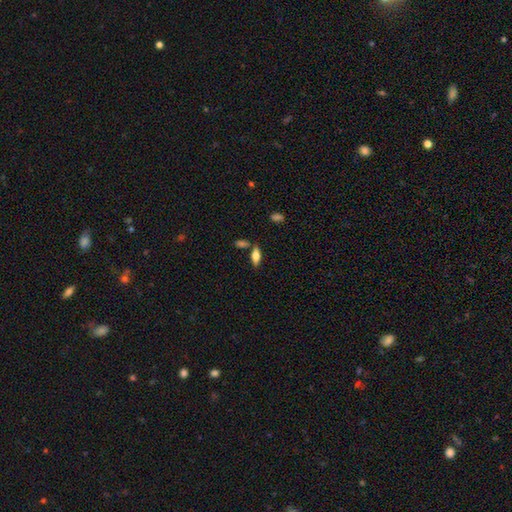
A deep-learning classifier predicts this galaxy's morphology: Smooth or featured?
  - smooth: 72% *
  - featured or disk: 21%
  - star or artifact: 8%
How rounded?
  - in between: 76% *
  - cigar-shaped: 22%
  - round: 2%
Merging?
  - none: 73% *
  - minor disturbance: 12%
  - merger: 11%
  - major disturbance: 3%